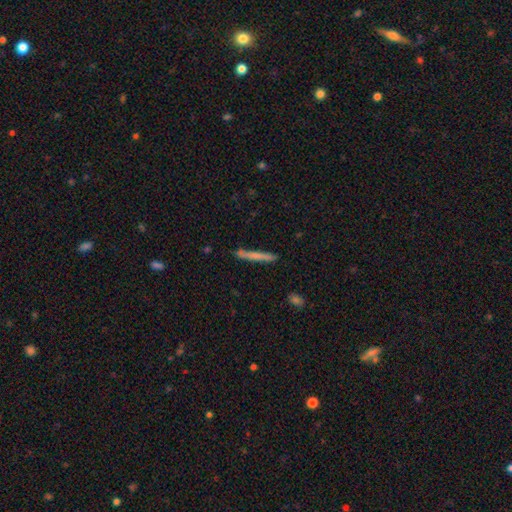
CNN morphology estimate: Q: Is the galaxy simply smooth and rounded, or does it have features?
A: smooth — 68%.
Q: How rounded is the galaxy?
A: cigar-shaped — 96%.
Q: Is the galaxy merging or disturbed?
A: none — 87%.